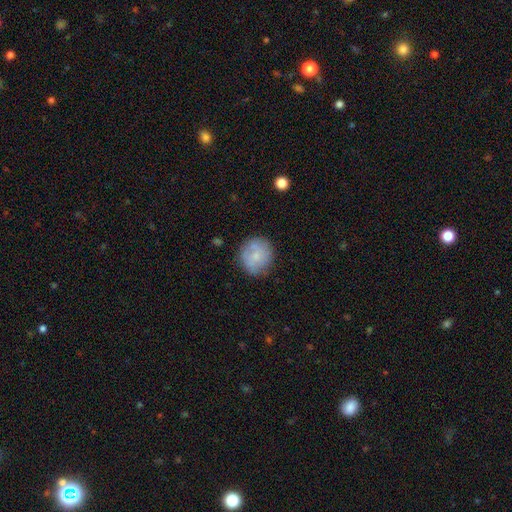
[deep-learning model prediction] smooth 67%, featured or disk 26%, star or artifact 7%. Down the decision tree: how rounded — round (90%); merging — none (73%).